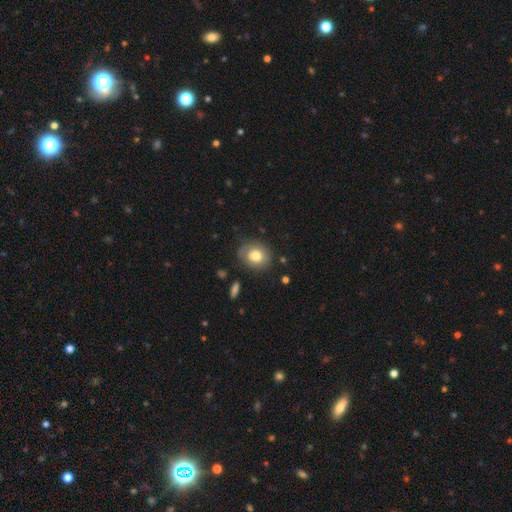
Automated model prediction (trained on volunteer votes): This appears to be a smooth galaxy with no disk features (74%) that is round (62%). Merging: none (69%).